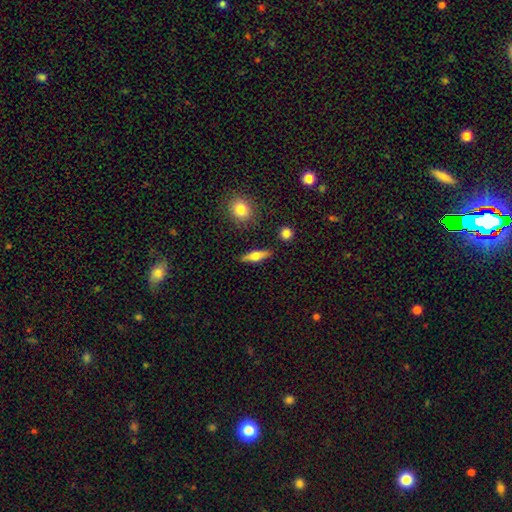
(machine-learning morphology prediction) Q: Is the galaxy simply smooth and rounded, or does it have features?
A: smooth — 50%.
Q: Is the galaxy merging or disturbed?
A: none — 88%.